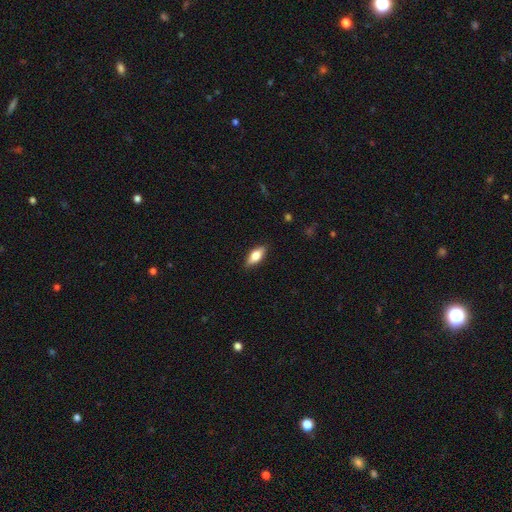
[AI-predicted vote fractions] smooth_or_featured: smooth (p=0.68) [alt: featured or disk p=0.25]
how_rounded: in between (p=0.77) [alt: cigar-shaped p=0.19]
merging: none (p=0.87) [alt: minor disturbance p=0.10]